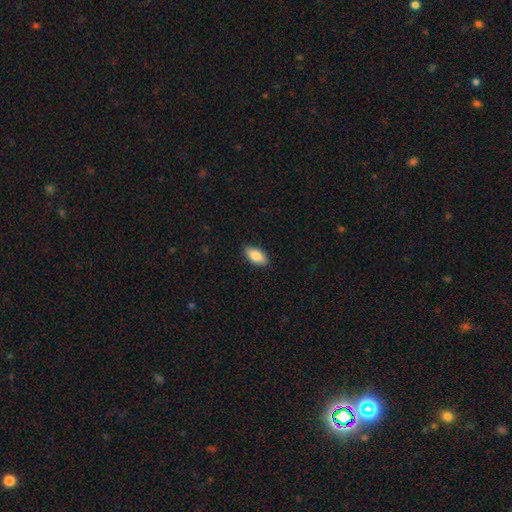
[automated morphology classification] smooth-or-featured: smooth: 86% | featured or disk: 8% | star or artifact: 6%
  how-rounded: in between: 91% | cigar-shaped: 6% | round: 3%
  merging: none: 87% | minor disturbance: 10% | major disturbance: 2% | merger: 1%